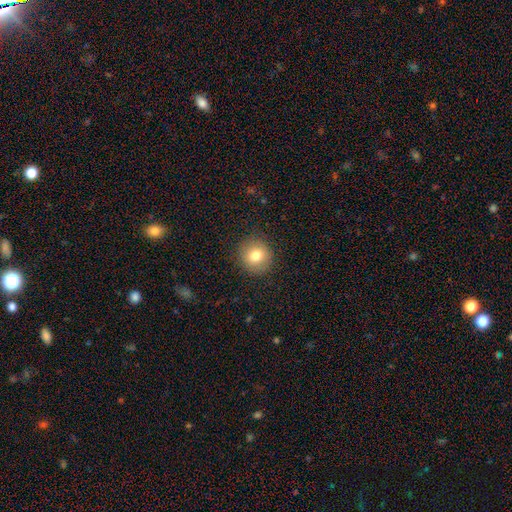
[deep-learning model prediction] Smooth or featured? smooth (78%)
How rounded? round (91%)
Merging? none (90%)